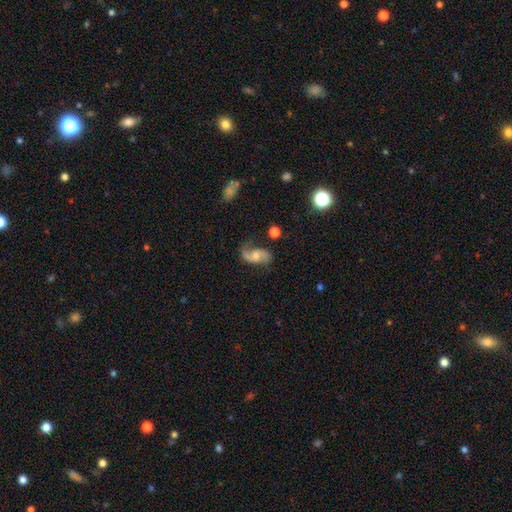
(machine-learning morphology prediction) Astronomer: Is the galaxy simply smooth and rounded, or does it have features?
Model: featured or disk — 75%.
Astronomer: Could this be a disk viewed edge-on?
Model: no — 96%.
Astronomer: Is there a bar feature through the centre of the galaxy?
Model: no — 57% (runner-up: weak, 35%).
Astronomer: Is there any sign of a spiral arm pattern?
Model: yes — 93%.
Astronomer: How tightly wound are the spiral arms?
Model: loose — 59%.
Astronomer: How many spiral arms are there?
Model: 2 — 80%.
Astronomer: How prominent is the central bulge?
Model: moderate — 51% (runner-up: small, 40%).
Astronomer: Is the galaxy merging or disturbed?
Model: none — 59%.